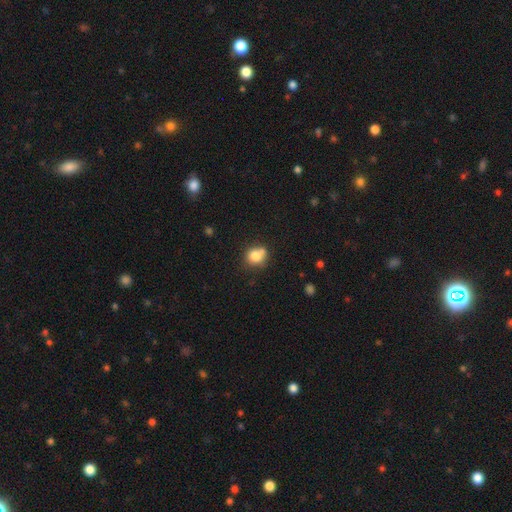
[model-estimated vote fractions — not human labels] Overall: smooth (79%). How rounded: round (79%). Merging: none (56%; merger 24%).